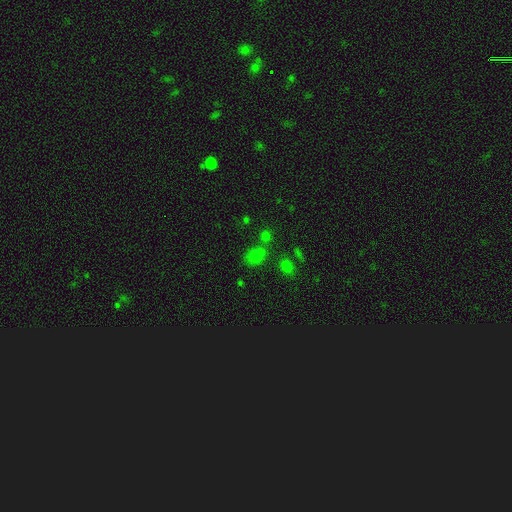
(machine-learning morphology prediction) The model was most divided on "how rounded": in between: 55%, round: 44%, cigar-shaped: 2%. More confident: smooth or featured — smooth (67%); merging — none (59%).